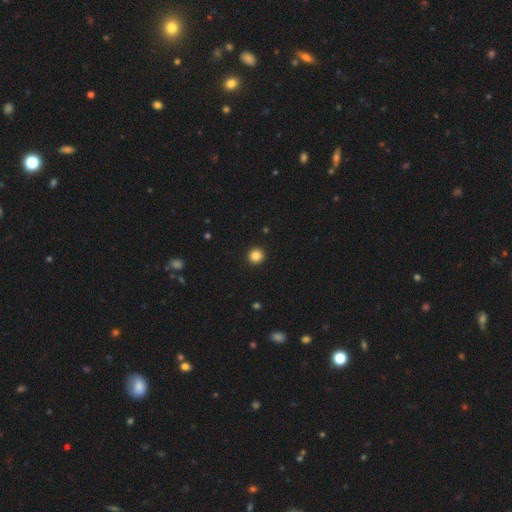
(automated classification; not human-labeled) smooth-or-featured: smooth: 85% | star or artifact: 11% | featured or disk: 4%
  how-rounded: round: 94% | in between: 5% | cigar-shaped: 1%
  merging: none: 94% | minor disturbance: 4% | major disturbance: 1% | merger: 1%